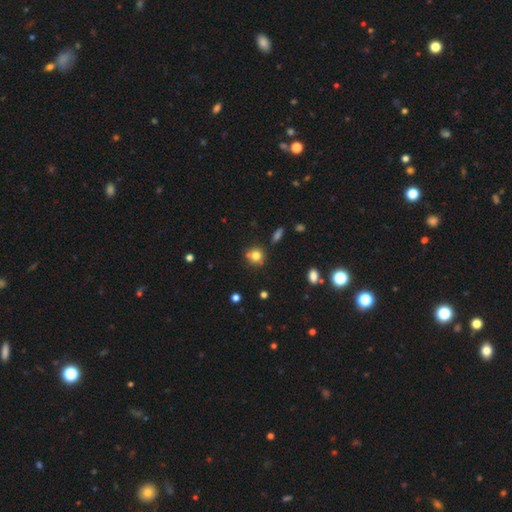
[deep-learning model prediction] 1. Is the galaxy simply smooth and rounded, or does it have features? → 76% smooth, 14% star or artifact, 10% featured or disk.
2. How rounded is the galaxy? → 86% round, 13% in between, 1% cigar-shaped.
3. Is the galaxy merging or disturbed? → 67% none, 16% merger, 13% minor disturbance, 4% major disturbance.